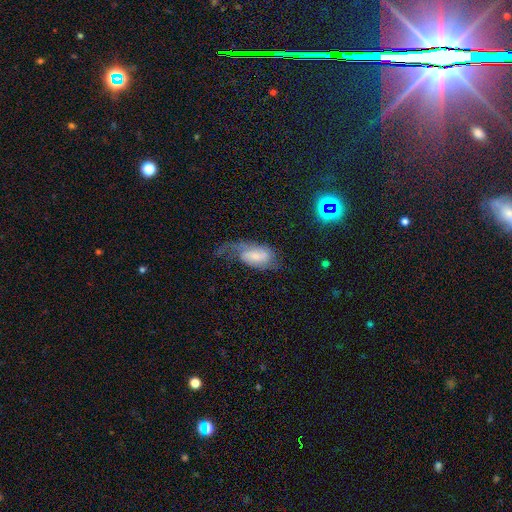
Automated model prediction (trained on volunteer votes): featured or disk 55%, smooth 37%, star or artifact 8%. Down the decision tree: edge-on disk — no (93%); bar — weak (43%); spiral arms — yes (84%); bulge size — small (46%); merging — major disturbance (43%).